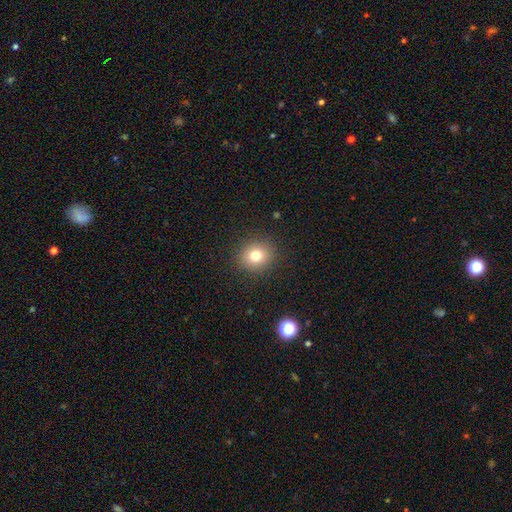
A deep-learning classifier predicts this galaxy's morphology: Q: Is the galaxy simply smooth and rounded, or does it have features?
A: smooth — 77%.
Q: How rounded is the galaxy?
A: round — 81%.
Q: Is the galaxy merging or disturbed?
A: none — 89%.